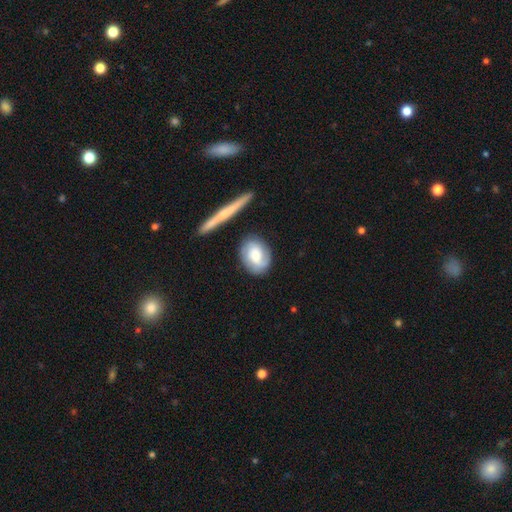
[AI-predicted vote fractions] This appears to be a featured or disk galaxy (52%). Merging: none (77%).